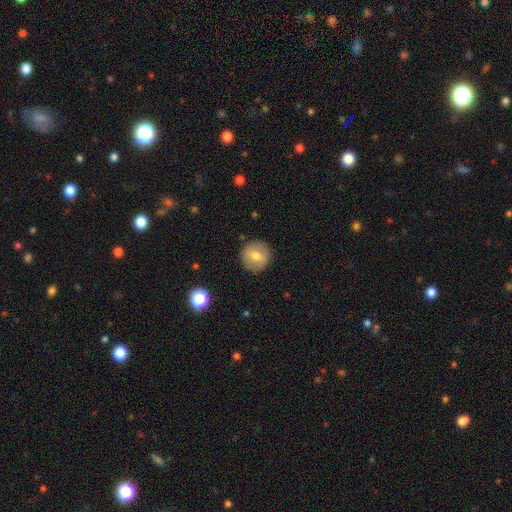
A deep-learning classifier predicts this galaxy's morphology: A smooth galaxy with no disk features (69%) that is round (94%). Merging: none (89%).